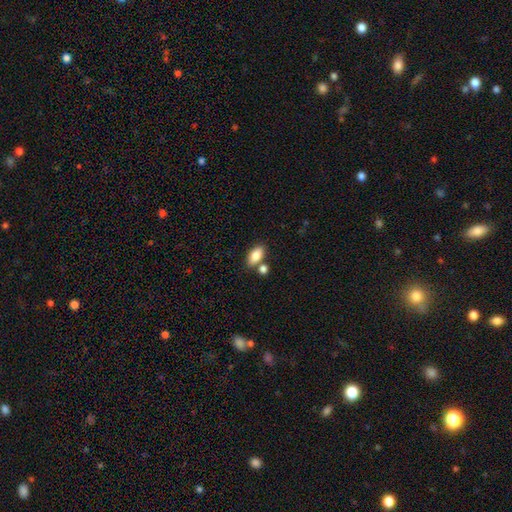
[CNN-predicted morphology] Smooth or featured?
  - smooth: 84% *
  - featured or disk: 9%
  - star or artifact: 8%
How rounded?
  - in between: 89% *
  - round: 6%
  - cigar-shaped: 5%
Merging?
  - none: 68% *
  - merger: 18%
  - minor disturbance: 11%
  - major disturbance: 3%